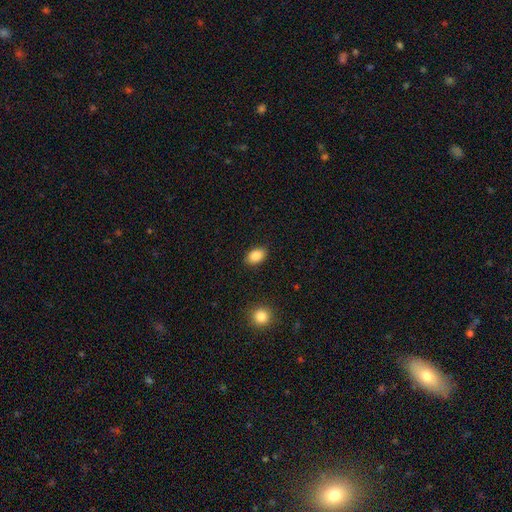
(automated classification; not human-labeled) smooth_or_featured: smooth (p=0.88) [alt: star or artifact p=0.08]
how_rounded: in between (p=0.86) [alt: round p=0.13]
merging: none (p=0.87) [alt: minor disturbance p=0.10]